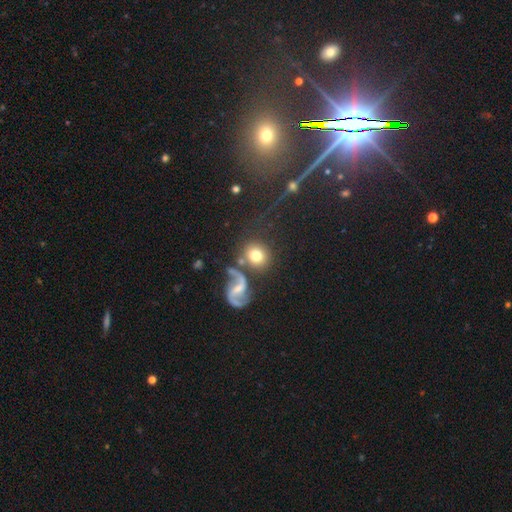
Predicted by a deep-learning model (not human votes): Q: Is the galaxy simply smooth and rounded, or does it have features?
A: smooth — 70%.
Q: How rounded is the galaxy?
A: round — 86%.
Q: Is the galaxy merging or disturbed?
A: none — 71%.